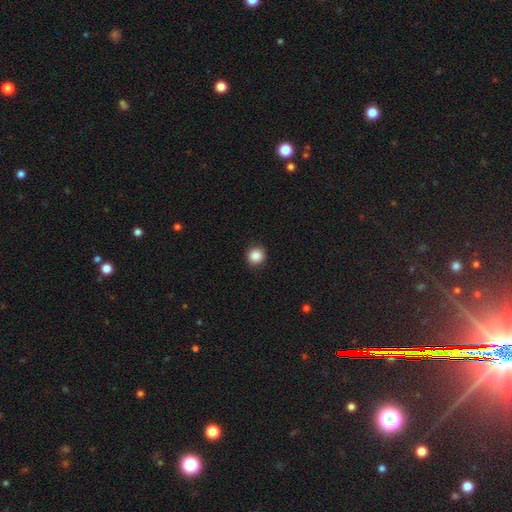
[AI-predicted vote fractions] smooth_or_featured: smooth (p=0.87) [alt: star or artifact p=0.10]
how_rounded: round (p=0.93) [alt: in between p=0.06]
merging: none (p=0.92) [alt: minor disturbance p=0.06]